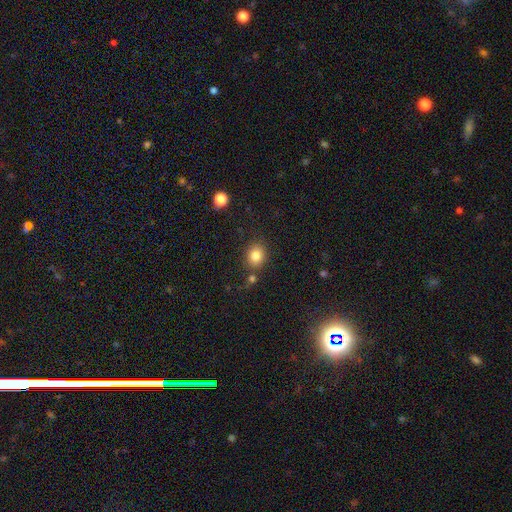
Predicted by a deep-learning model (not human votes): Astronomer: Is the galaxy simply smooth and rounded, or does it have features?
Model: smooth — 83%.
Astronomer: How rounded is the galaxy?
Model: round — 63%.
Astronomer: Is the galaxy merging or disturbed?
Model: none — 77%.